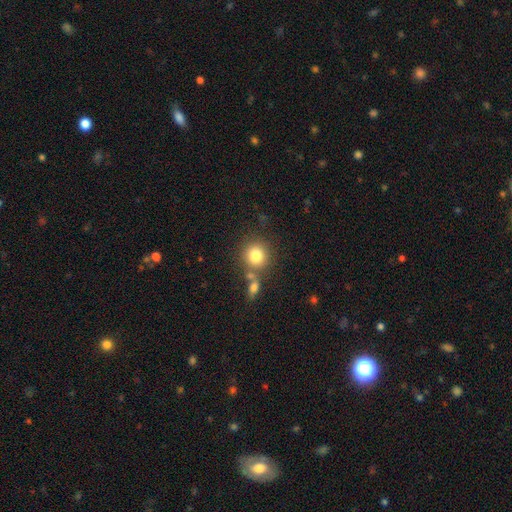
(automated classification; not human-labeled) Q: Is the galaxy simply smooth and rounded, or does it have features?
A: smooth — 81%.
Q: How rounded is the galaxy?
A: round — 89%.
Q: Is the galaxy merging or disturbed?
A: none — 65%.